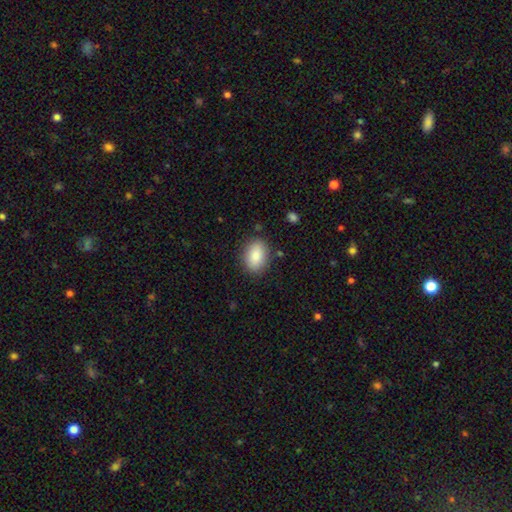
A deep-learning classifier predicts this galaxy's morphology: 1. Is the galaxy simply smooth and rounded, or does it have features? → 86% smooth, 7% star or artifact, 7% featured or disk.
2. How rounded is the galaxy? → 81% in between, 18% round, 1% cigar-shaped.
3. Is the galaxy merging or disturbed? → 84% none, 11% minor disturbance, 3% major disturbance, 2% merger.